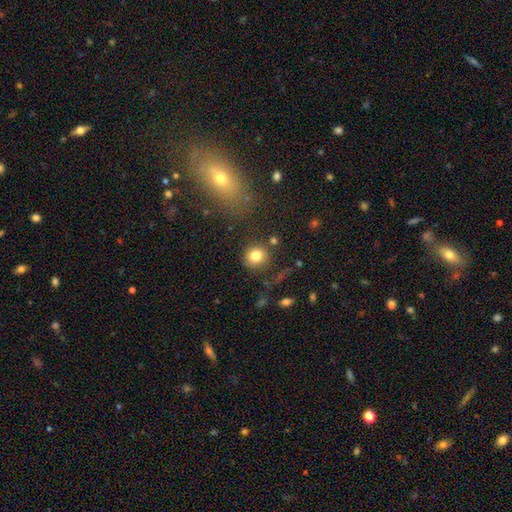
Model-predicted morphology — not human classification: The model was most divided on "merging": none: 80%, minor disturbance: 10%, merger: 5%, major disturbance: 5%. More confident: how rounded — round (88%); smooth or featured — smooth (81%).